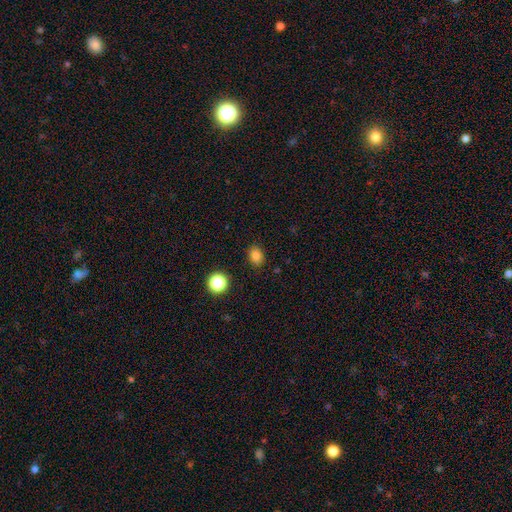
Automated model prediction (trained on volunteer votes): smooth_or_featured: smooth (p=0.83) [alt: star or artifact p=0.13]
how_rounded: in between (p=0.58) [alt: round p=0.41]
merging: none (p=0.87) [alt: minor disturbance p=0.09]